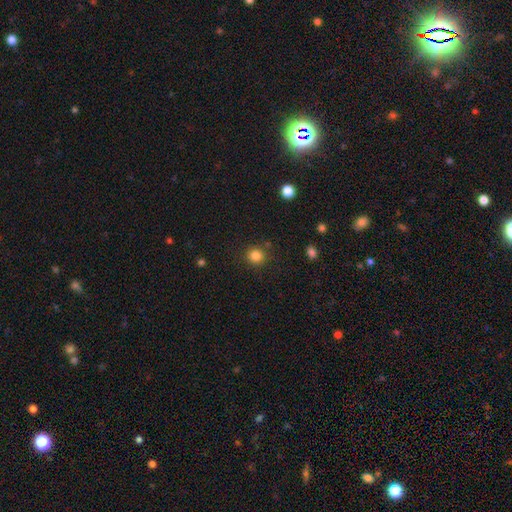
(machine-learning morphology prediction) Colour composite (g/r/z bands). It shows a smooth galaxy with no disk features (84%) that is round (90%). Merging: none (86%).